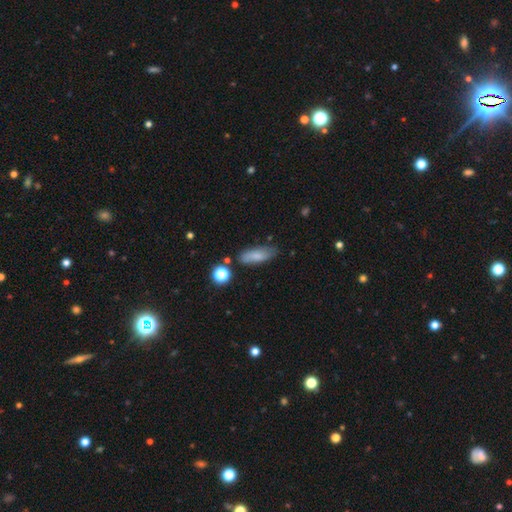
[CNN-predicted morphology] Smooth or featured? Predicted: smooth (p=0.78). How rounded? Predicted: in between (p=0.65). Merging? Predicted: none (p=0.74).